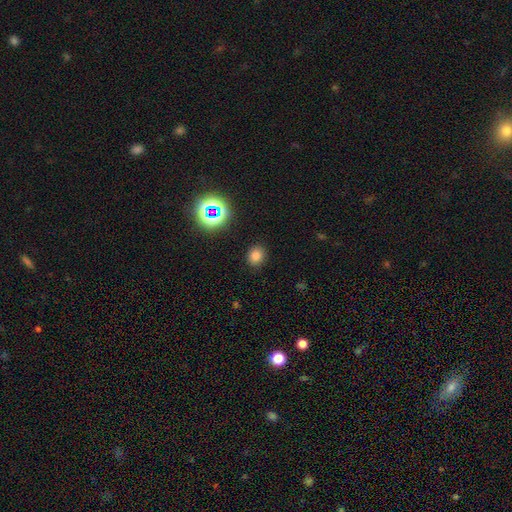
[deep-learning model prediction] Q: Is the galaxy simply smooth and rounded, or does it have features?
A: smooth — 76%.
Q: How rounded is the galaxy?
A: round — 63%.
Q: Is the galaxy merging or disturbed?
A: none — 88%.